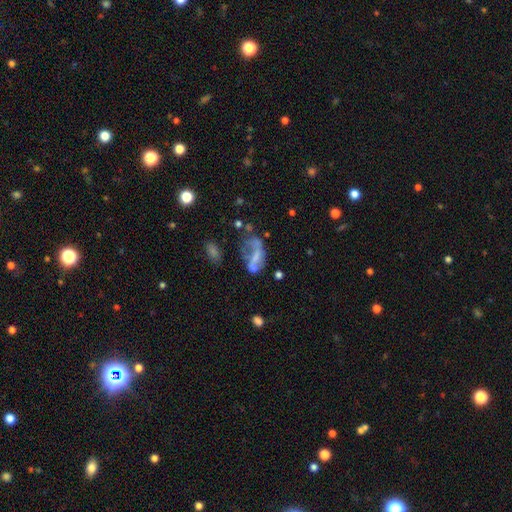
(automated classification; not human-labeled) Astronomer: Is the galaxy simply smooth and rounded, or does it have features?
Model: featured or disk — 48% (runner-up: smooth, 38%).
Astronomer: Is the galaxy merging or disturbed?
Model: major disturbance — 36% (runner-up: merger, 24%).